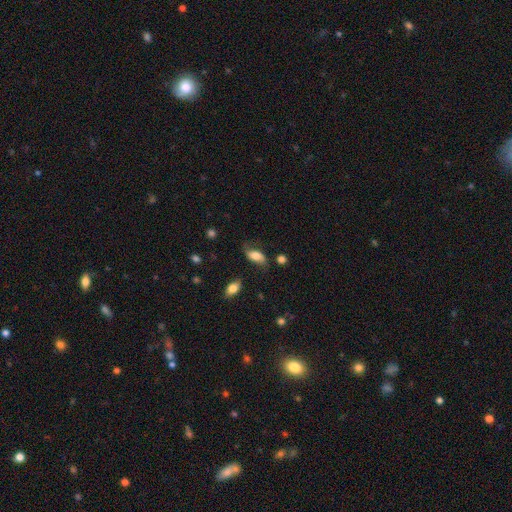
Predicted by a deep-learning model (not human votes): smooth 62%, featured or disk 29%, star or artifact 9%. Down the decision tree: how rounded — in between (87%); merging — none (58%).